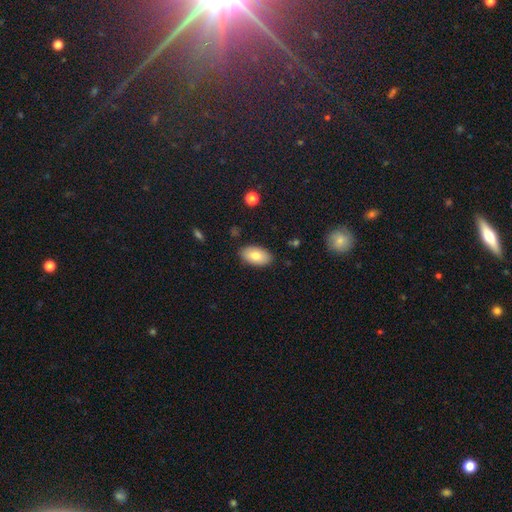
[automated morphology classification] Overall: smooth (79%). How rounded: in between (94%). Merging: none (87%).